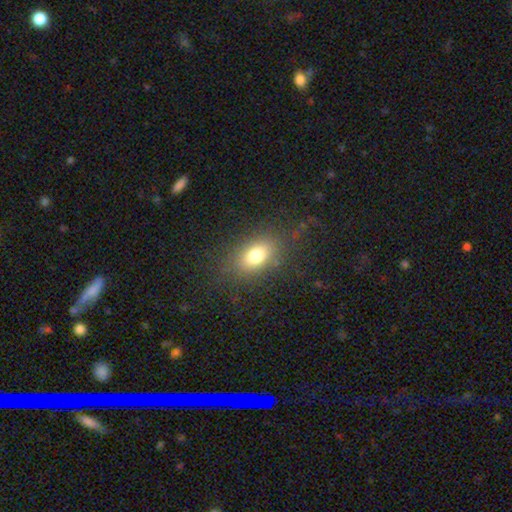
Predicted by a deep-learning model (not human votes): The model was most divided on "smooth or featured": smooth: 75%, featured or disk: 13%, star or artifact: 12%. More confident: how rounded — in between (81%); merging — none (79%).